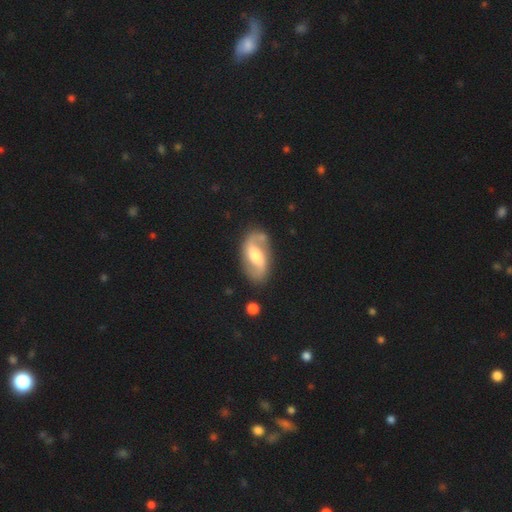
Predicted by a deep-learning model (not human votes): The model was most divided on "bar": weak: 43%, strong: 30%, no: 26%. More confident: edge-on disk — no (97%); spiral arms — yes (95%); spiral arm count — 2 (93%); smooth or featured — featured or disk (85%); merging — none (81%); bulge size — moderate (64%); spiral winding — loose (51%).